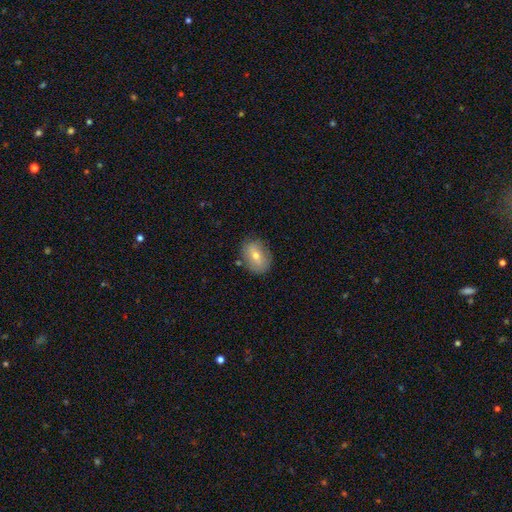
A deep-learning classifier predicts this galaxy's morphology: Smooth or featured? Predicted: smooth (p=0.59). How rounded? Predicted: in between (p=0.64). Merging? Predicted: none (p=0.79).